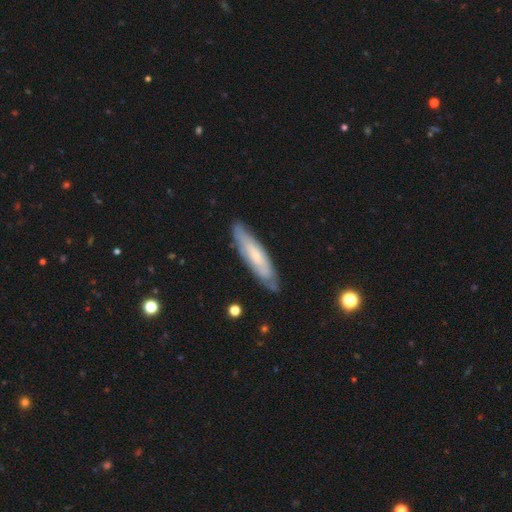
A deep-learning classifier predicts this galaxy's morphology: Smooth or featured? Predicted: smooth (p=0.49). Merging? Predicted: none (p=0.81).